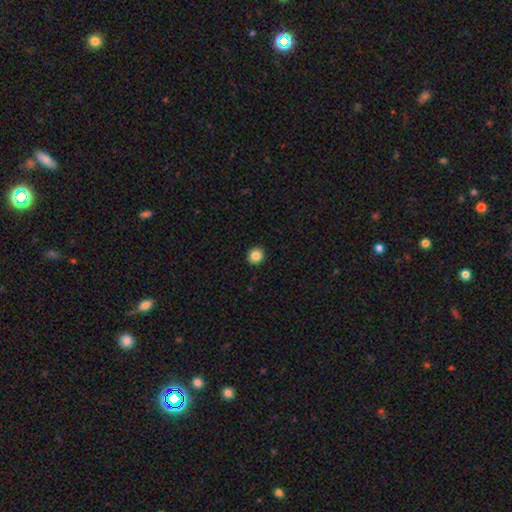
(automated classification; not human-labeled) A smooth galaxy with no disk features (85%) that is round (90%). Merging: none (93%).